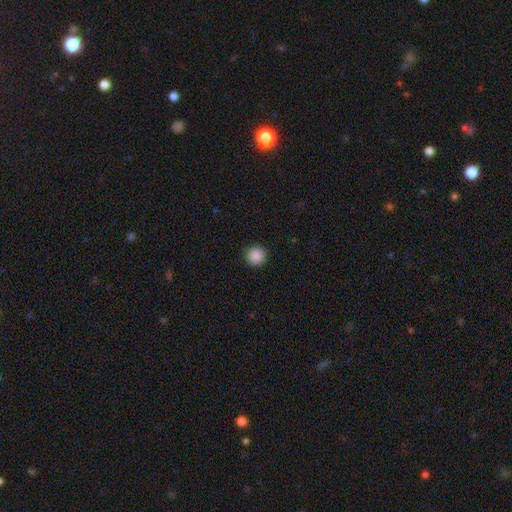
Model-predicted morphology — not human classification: Q: Smooth or featured?
A: smooth (89%); runner-up: star or artifact (9%)
Q: How rounded?
A: round (96%); runner-up: in between (4%)
Q: Merging?
A: none (93%); runner-up: minor disturbance (4%)